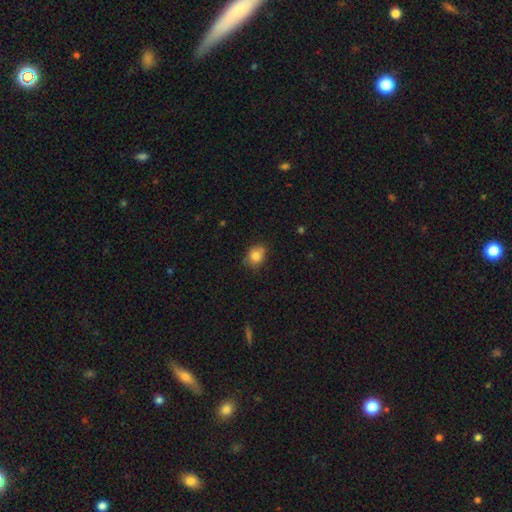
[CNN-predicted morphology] Smooth or featured? smooth (82%)
How rounded? round (52%)
Merging? none (71%)